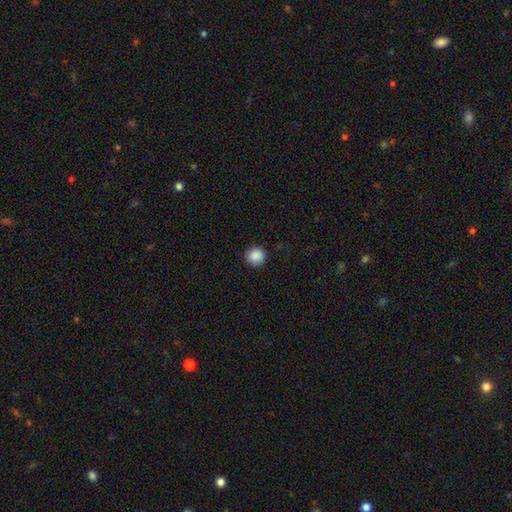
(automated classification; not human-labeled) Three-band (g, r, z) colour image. It shows a smooth galaxy with no disk features (88%) that is round (94%). Merging: none (91%).